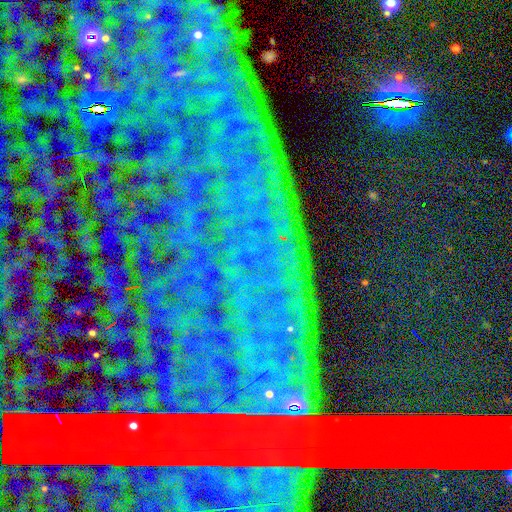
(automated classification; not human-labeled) smooth-or-featured: star or artifact: 87% | featured or disk: 7% | smooth: 6%